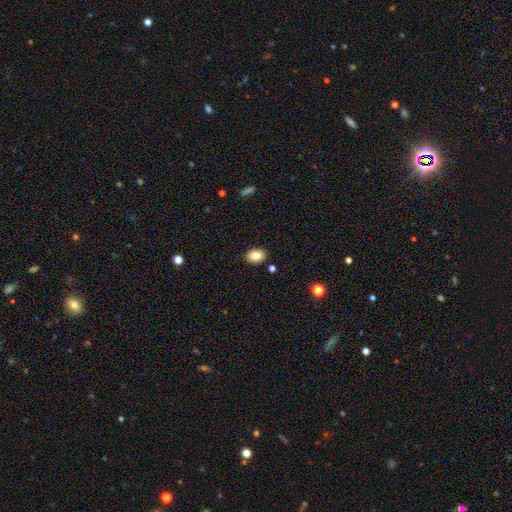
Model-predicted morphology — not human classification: Q: Smooth or featured?
A: smooth (81%); runner-up: featured or disk (10%)
Q: How rounded?
A: in between (71%); runner-up: round (28%)
Q: Merging?
A: none (88%); runner-up: minor disturbance (8%)